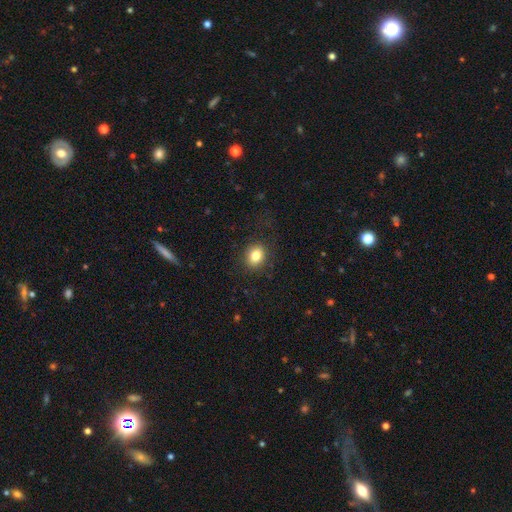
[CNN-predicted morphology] Overall: smooth (83%). How rounded: round (58%; in between 41%). Merging: none (86%).